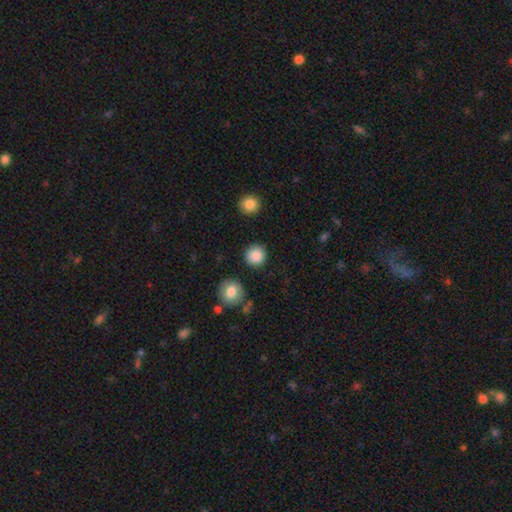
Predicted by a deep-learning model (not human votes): A smooth galaxy with no disk features (87%) that is round (94%).

Vote fractions:
- Smooth or featured? smooth: 87% / star or artifact: 9% / featured or disk: 4%
- How rounded? round: 94% / in between: 5% / cigar-shaped: 1%
- Merging? none: 89% / minor disturbance: 7% / major disturbance: 2% / merger: 2%